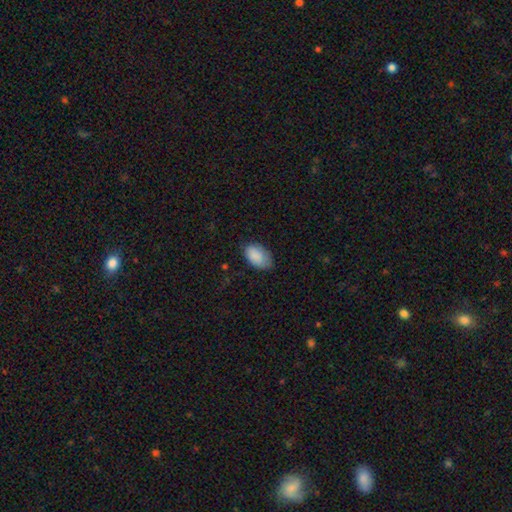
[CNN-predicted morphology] Smooth or featured: smooth — 87% (star or artifact — 7%)
How rounded: in between — 93% (round — 6%)
Merging: none — 69% (minor disturbance — 25%)